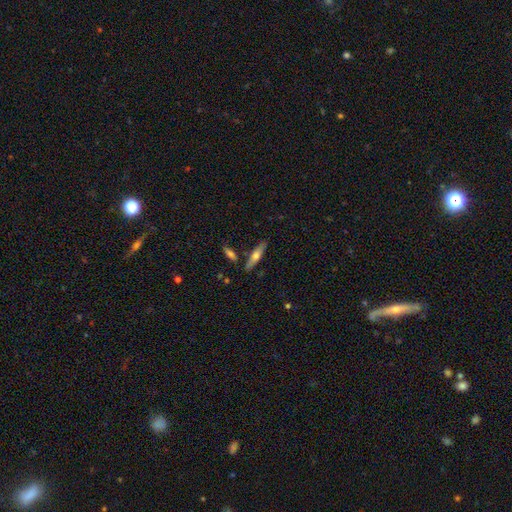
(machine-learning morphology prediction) type=smooth (50%); merging=none (80%).